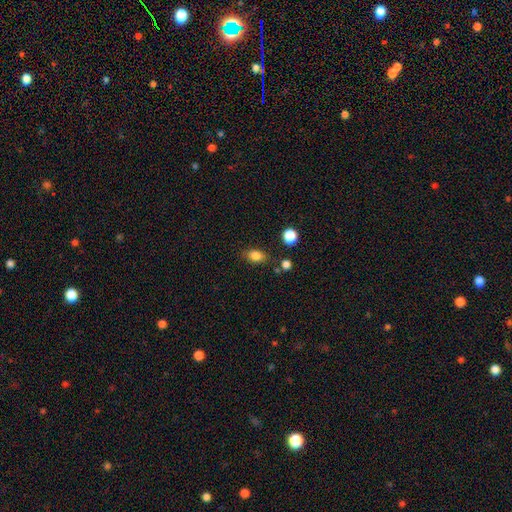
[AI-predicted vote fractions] This appears to be a smooth galaxy with no disk features (83%) that is in between round and cigar-shaped (78%). Merging: none (77%).